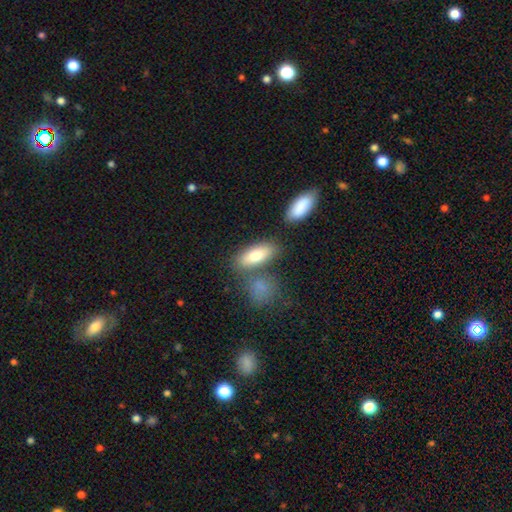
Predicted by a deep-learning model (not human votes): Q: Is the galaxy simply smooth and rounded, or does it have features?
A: smooth — 77%.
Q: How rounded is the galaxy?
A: in between — 79%.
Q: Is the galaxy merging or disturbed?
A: none — 65%.